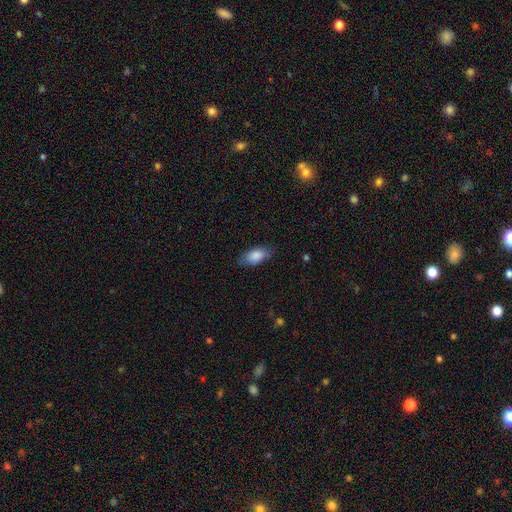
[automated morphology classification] A smooth galaxy with no disk features (85%) that is in between round and cigar-shaped (90%). Merging: none (75%).